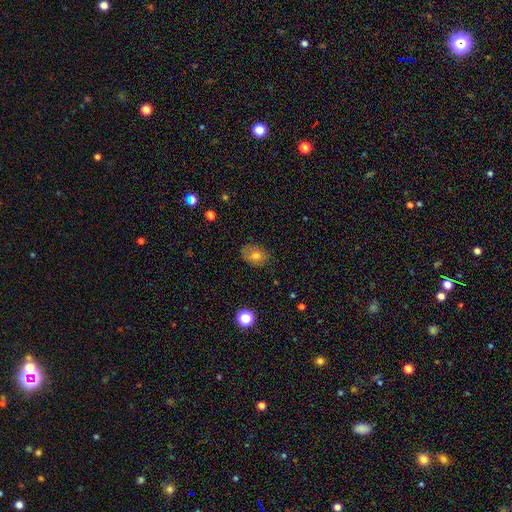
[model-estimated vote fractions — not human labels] Q: Smooth or featured?
A: smooth (72%); runner-up: featured or disk (17%)
Q: How rounded?
A: in between (67%); runner-up: round (32%)
Q: Merging?
A: none (76%); runner-up: minor disturbance (18%)